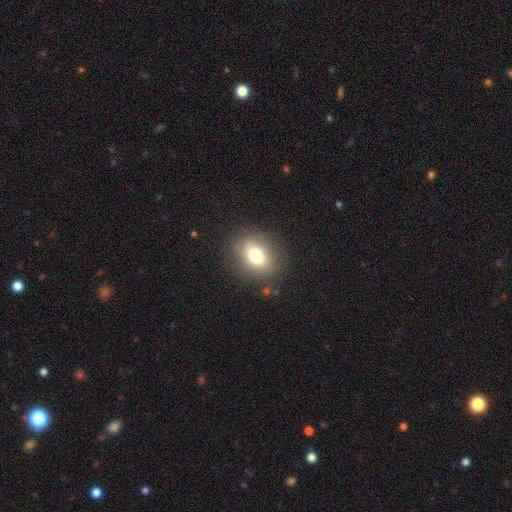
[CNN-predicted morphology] Smooth or featured: smooth — 75% (featured or disk — 13%)
How rounded: in between — 54% (round — 45%)
Merging: none — 83% (minor disturbance — 11%)